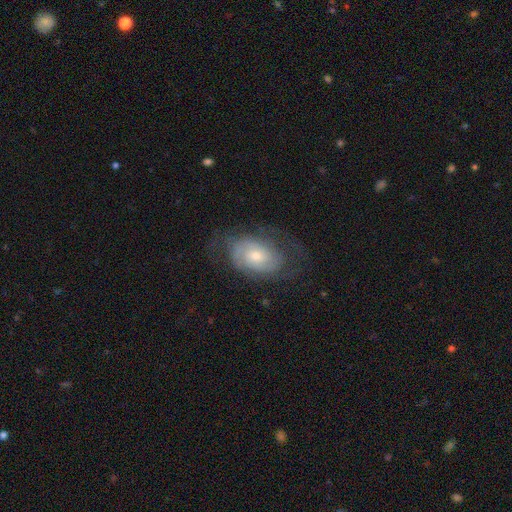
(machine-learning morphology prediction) A featured or disk galaxy (67%) with no bar (73%), tight (56%) spiral arms (84%) and a moderate central bulge (50%).

Vote fractions:
- Smooth or featured? featured or disk: 67% / smooth: 25% / star or artifact: 7%
- Edge-on disk? no: 95% / yes: 5%
- Bar? no: 73% / weak: 24% / strong: 4%
- Spiral arms? yes: 84% / no: 16%
- Spiral winding? tight: 56% / medium: 32% / loose: 12%
- Spiral arm count? can't tell: 42% / 2: 40% / 3: 7% / 1: 6% / 4: 3% / more than 4: 2%
- Bulge size? moderate: 50% / small: 43% / large: 4% / none: 2% / dominant: 1%
- Merging? none: 62% / minor disturbance: 22% / major disturbance: 16% / merger: 1%